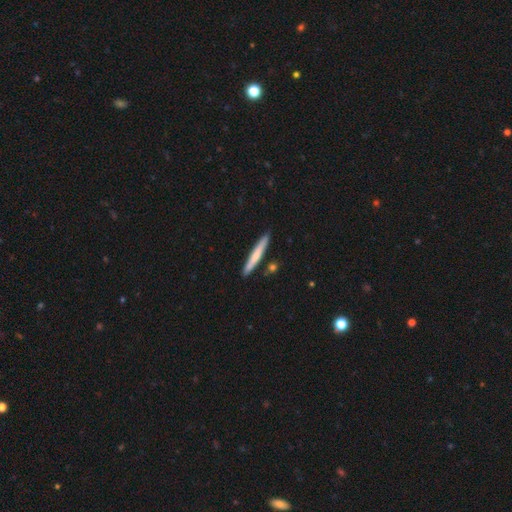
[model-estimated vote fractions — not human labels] A smooth galaxy with no disk features (65%) that is cigar-shaped (96%).

Vote fractions:
- Smooth or featured? smooth: 65% / featured or disk: 30% / star or artifact: 5%
- How rounded? cigar-shaped: 96% / in between: 3% / round: 1%
- Merging? none: 87% / minor disturbance: 8% / merger: 3% / major disturbance: 1%